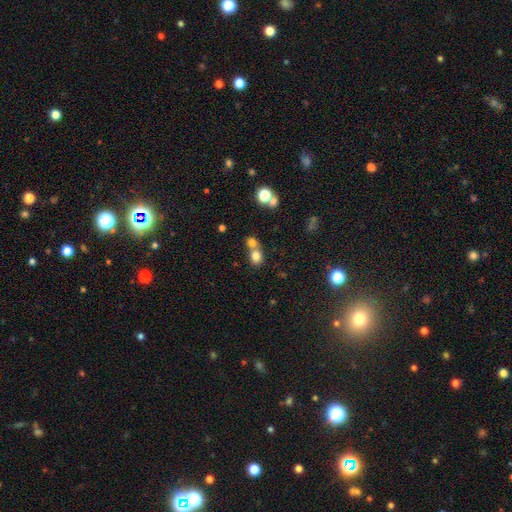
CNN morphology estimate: type=smooth (78%); roundness=round (65%); merging=merger (52%).